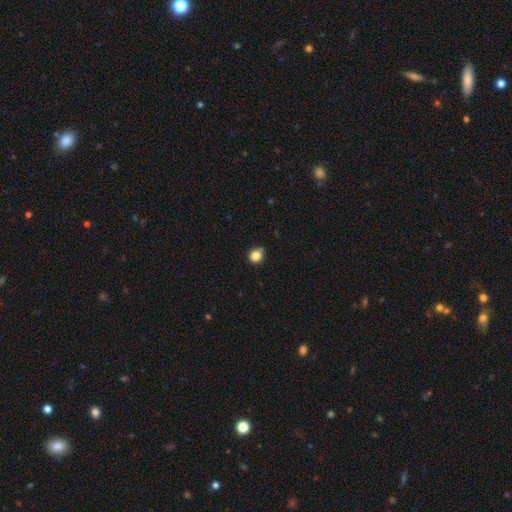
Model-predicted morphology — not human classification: Smooth or featured? Predicted: smooth (p=0.83). How rounded? Predicted: round (p=0.82). Merging? Predicted: none (p=0.75).